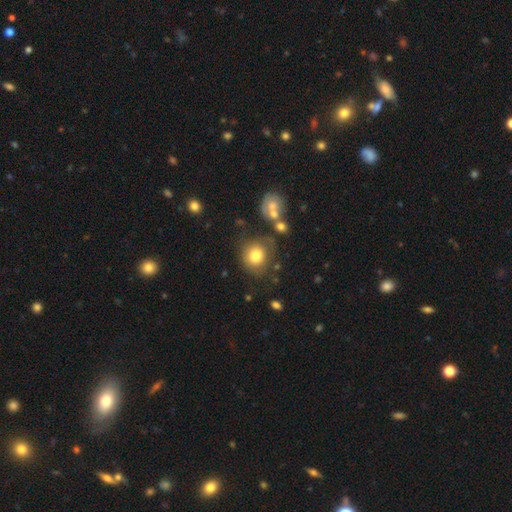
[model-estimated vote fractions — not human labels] smooth-or-featured: smooth: 78% | featured or disk: 12% | star or artifact: 10%
  how-rounded: round: 84% | in between: 15% | cigar-shaped: 1%
  merging: none: 65% | minor disturbance: 18% | major disturbance: 9% | merger: 8%